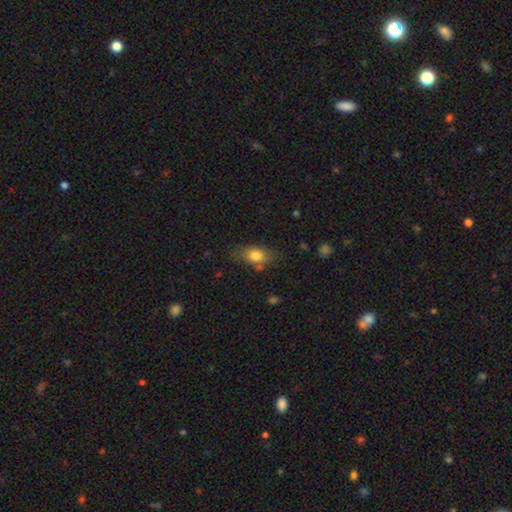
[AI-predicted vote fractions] Smooth or featured?
  - smooth: 79% *
  - featured or disk: 12%
  - star or artifact: 9%
How rounded?
  - in between: 77% *
  - round: 19%
  - cigar-shaped: 4%
Merging?
  - none: 71% *
  - minor disturbance: 19%
  - major disturbance: 5%
  - merger: 4%